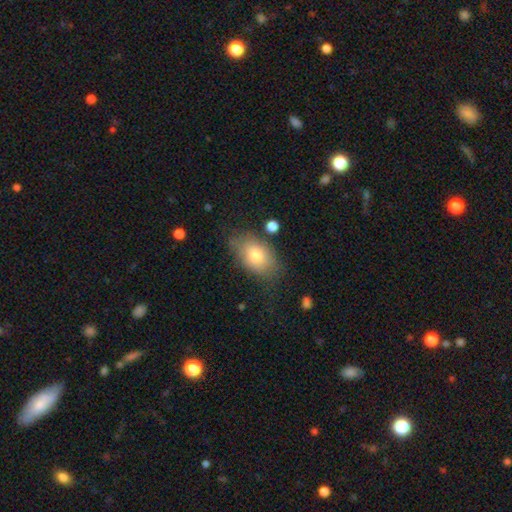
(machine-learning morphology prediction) Smooth or featured?
  - smooth: 76% *
  - featured or disk: 16%
  - star or artifact: 8%
How rounded?
  - in between: 87% *
  - round: 11%
  - cigar-shaped: 2%
Merging?
  - none: 70% *
  - minor disturbance: 20%
  - major disturbance: 6%
  - merger: 3%